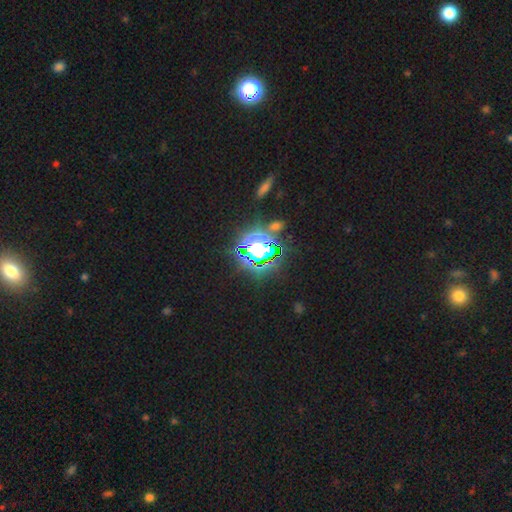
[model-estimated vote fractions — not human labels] Morphology: type=star or artifact (76%).